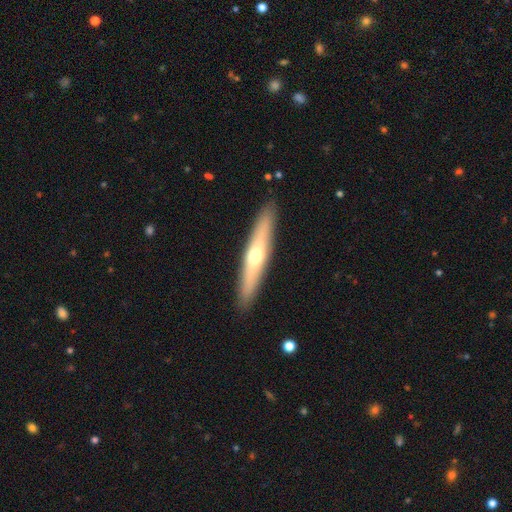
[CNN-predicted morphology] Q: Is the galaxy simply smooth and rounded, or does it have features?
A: featured or disk — 51%.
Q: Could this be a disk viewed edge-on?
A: yes — 88%.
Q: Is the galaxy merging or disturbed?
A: none — 90%.